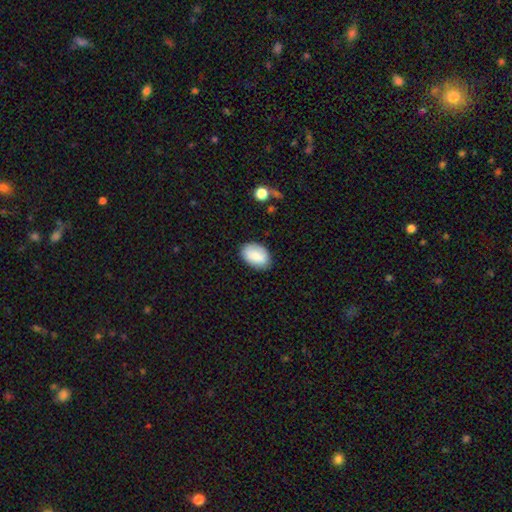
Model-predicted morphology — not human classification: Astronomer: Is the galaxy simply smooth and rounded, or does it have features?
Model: smooth — 85%.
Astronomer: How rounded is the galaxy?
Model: in between — 89%.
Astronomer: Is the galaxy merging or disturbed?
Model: none — 84%.